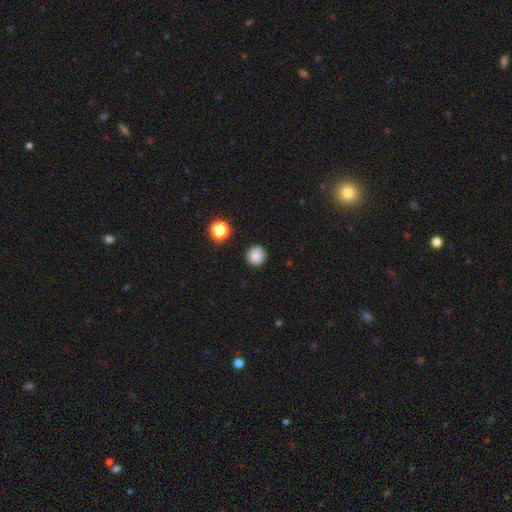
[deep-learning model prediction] Smooth or featured? Predicted: smooth (p=0.85). How rounded? Predicted: round (p=0.93). Merging? Predicted: none (p=0.89).